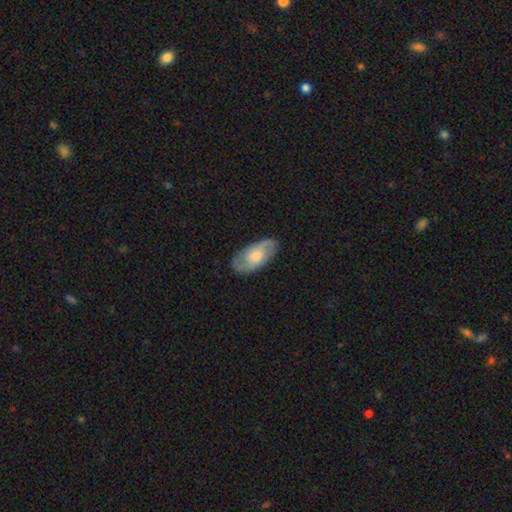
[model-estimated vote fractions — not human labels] Smooth or featured?
  - featured or disk: 53% *
  - smooth: 41%
  - star or artifact: 6%
Edge-on disk?
  - no: 92% *
  - yes: 8%
Merging?
  - none: 79% *
  - minor disturbance: 15%
  - major disturbance: 4%
  - merger: 1%